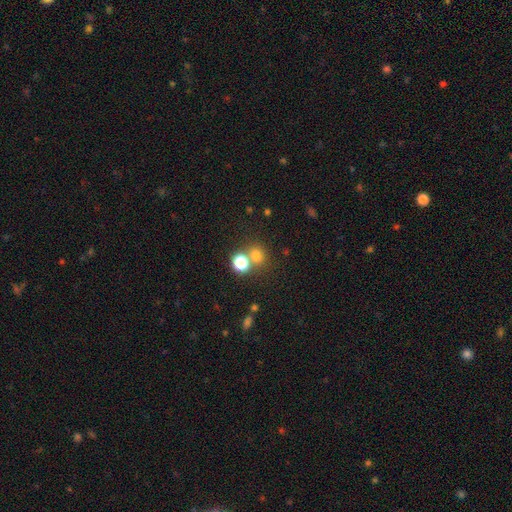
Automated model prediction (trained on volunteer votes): A smooth galaxy with no disk features (69%) that is round (84%). Merging: none (65%).